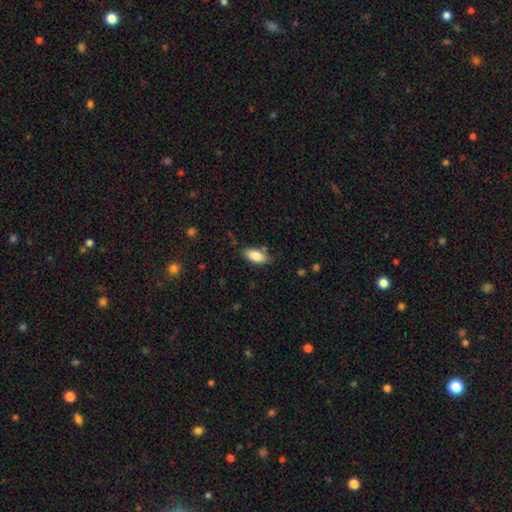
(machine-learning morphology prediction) Smooth or featured? smooth (85%)
How rounded? in between (88%)
Merging? none (79%)